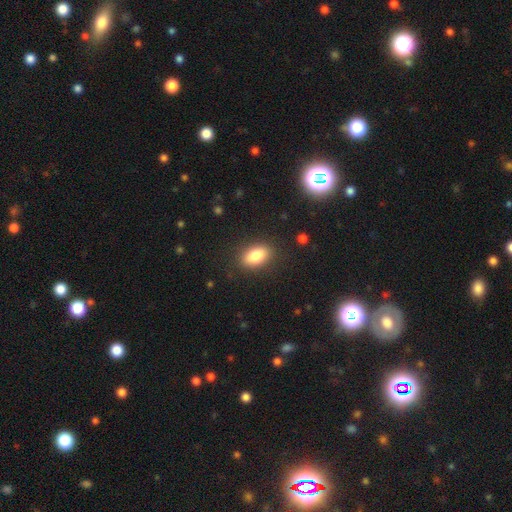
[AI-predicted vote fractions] Overall: smooth (83%). How rounded: in between (89%). Merging: none (86%).